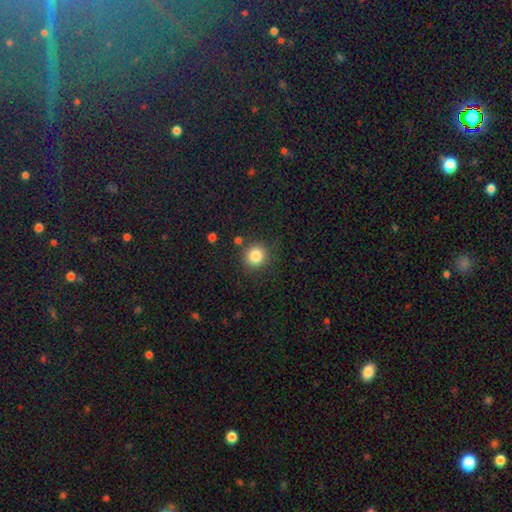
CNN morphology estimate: smooth-or-featured: smooth: 83% | star or artifact: 11% | featured or disk: 6%
  how-rounded: round: 90% | in between: 9% | cigar-shaped: 1%
  merging: none: 84% | minor disturbance: 9% | merger: 4% | major disturbance: 3%